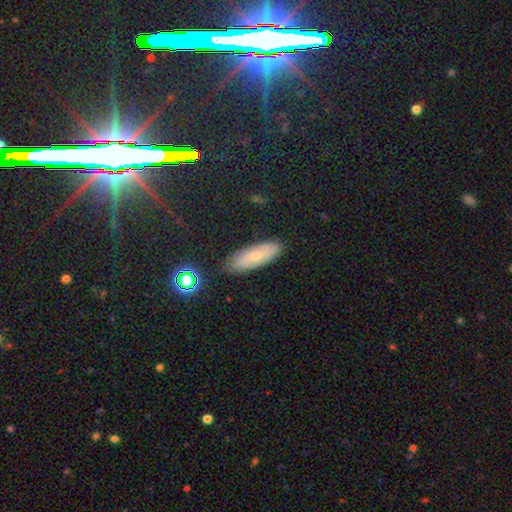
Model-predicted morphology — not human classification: smooth_or_featured: smooth (p=0.60) [alt: featured or disk p=0.28]
how_rounded: in between (p=0.61) [alt: cigar-shaped p=0.36]
merging: none (p=0.85) [alt: minor disturbance p=0.11]